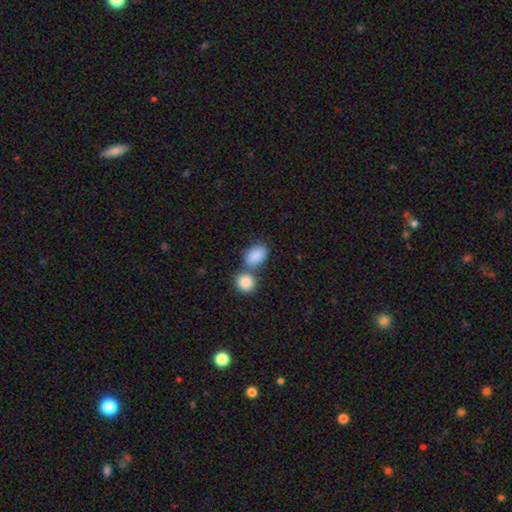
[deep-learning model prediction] Smooth or featured? smooth (88%)
How rounded? in between (84%)
Merging? none (44%)